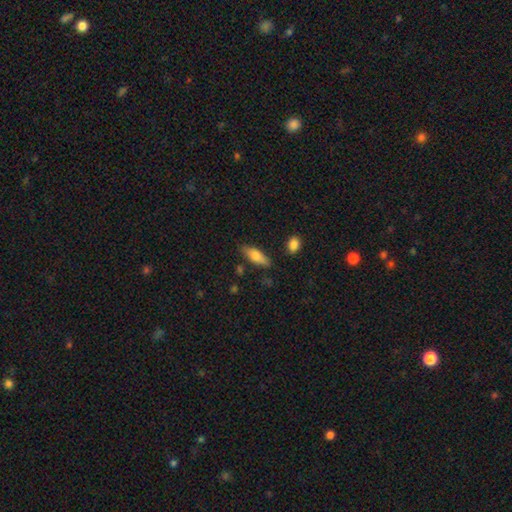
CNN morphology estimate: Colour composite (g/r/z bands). It shows a smooth galaxy with no disk features (76%) that is in between round and cigar-shaped (61%). Merging: none (78%).